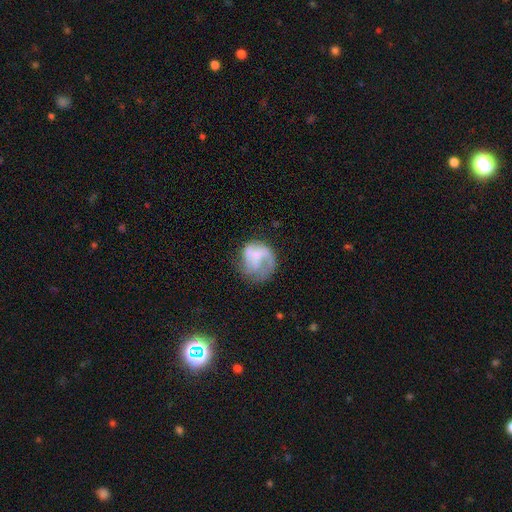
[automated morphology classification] This appears to be a featured or disk galaxy (48%). Merging: none (40%).